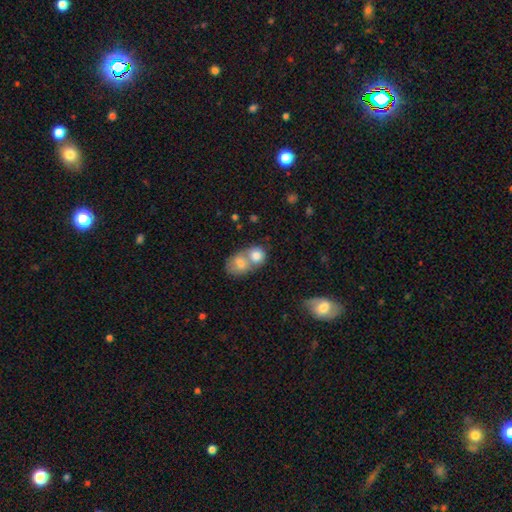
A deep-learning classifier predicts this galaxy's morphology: Smooth or featured: smooth — 78% (featured or disk — 15%)
How rounded: round — 66% (in between — 33%)
Merging: merger — 69% (none — 23%)